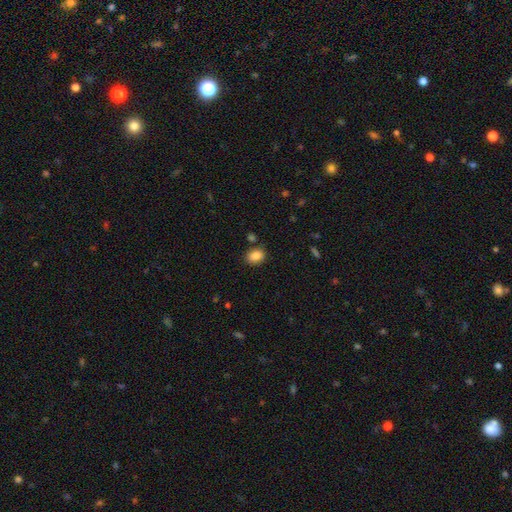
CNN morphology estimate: Smooth or featured: smooth — 87% (star or artifact — 9%)
How rounded: in between — 63% (round — 36%)
Merging: none — 82% (minor disturbance — 11%)